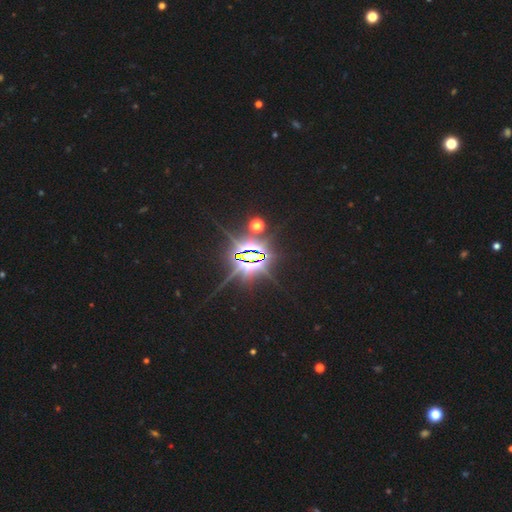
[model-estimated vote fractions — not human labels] Smooth or featured? Predicted: star or artifact (p=0.87).